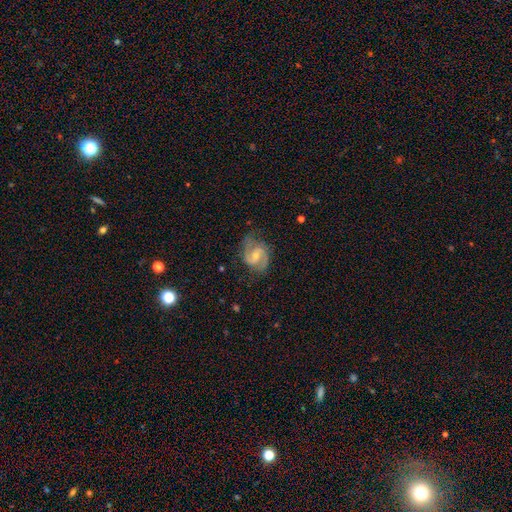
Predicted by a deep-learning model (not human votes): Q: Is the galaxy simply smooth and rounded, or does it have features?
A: featured or disk — 87%.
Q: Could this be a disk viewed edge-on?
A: no — 98%.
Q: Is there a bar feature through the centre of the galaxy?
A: weak — 55%.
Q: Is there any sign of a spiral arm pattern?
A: yes — 97%.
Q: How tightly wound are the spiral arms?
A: medium — 58%.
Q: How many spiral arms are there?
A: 2 — 91%.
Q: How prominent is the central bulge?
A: small — 51%.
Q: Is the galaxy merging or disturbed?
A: none — 71%.